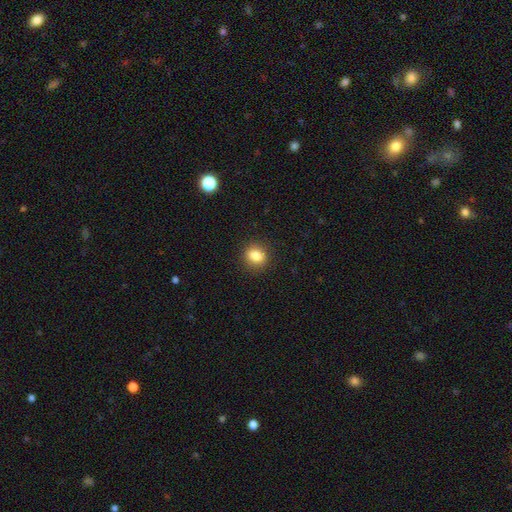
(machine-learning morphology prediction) This appears to be a smooth galaxy with no disk features (84%) that is round (65%). Merging: none (88%).